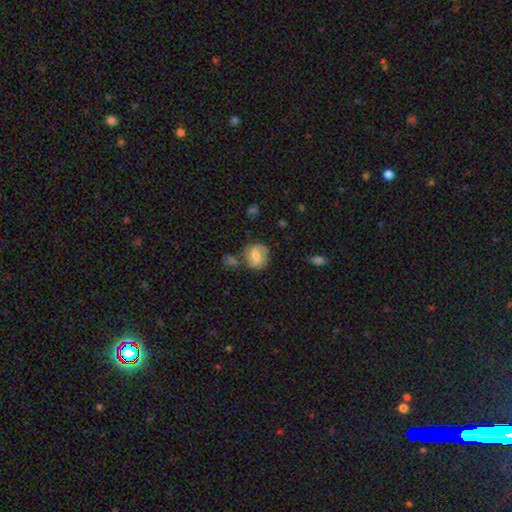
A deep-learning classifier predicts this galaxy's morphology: Smooth or featured? Predicted: smooth (p=0.51). How rounded? Predicted: round (p=0.75). Merging? Predicted: none (p=0.66).